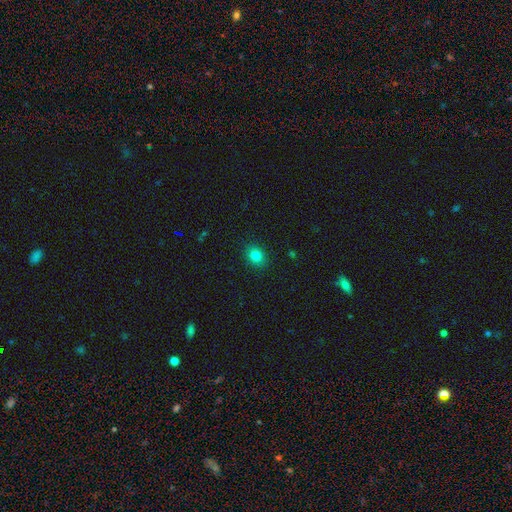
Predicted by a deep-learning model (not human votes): The model was most divided on "how rounded": round: 57%, in between: 42%, cigar-shaped: 1%. More confident: merging — none (89%); smooth or featured — smooth (81%).